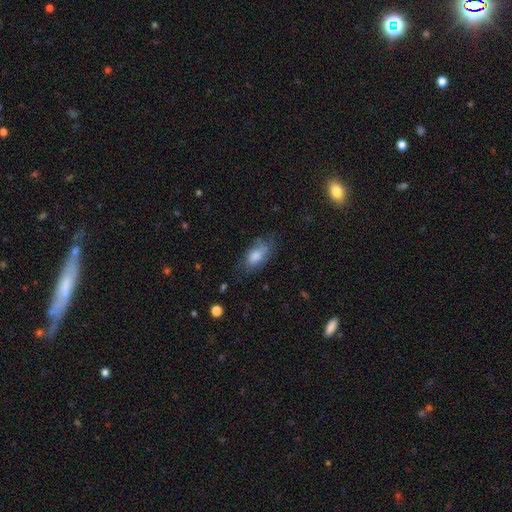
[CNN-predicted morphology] Smooth or featured?
  - smooth: 72% *
  - featured or disk: 18%
  - star or artifact: 9%
How rounded?
  - in between: 84% *
  - cigar-shaped: 12%
  - round: 4%
Merging?
  - none: 68% *
  - minor disturbance: 23%
  - major disturbance: 7%
  - merger: 2%